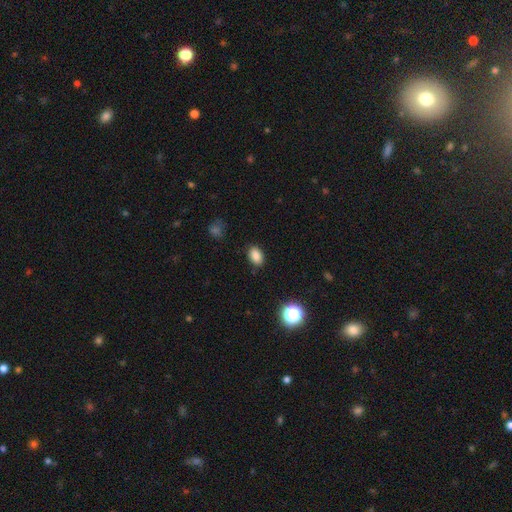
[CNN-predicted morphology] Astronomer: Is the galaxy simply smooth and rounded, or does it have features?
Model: smooth — 85%.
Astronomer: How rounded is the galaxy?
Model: in between — 86%.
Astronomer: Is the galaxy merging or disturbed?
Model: none — 85%.